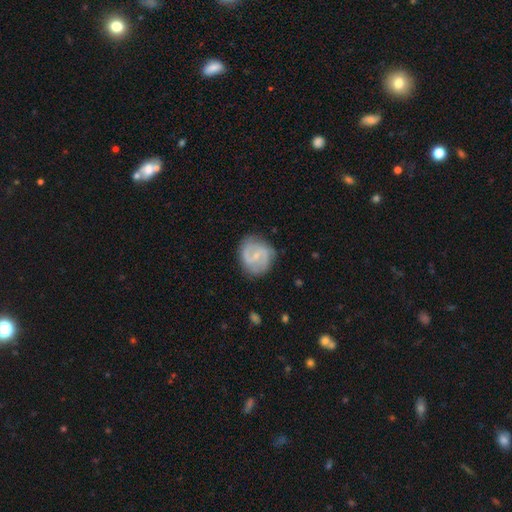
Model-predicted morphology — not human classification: type=featured or disk (72%); edge-on=no (98%); bar=weak (53%); spiral arms=yes (90%); winding=medium (50%); arm count=2 (83%); bulge=small (71%); merging=none (77%).